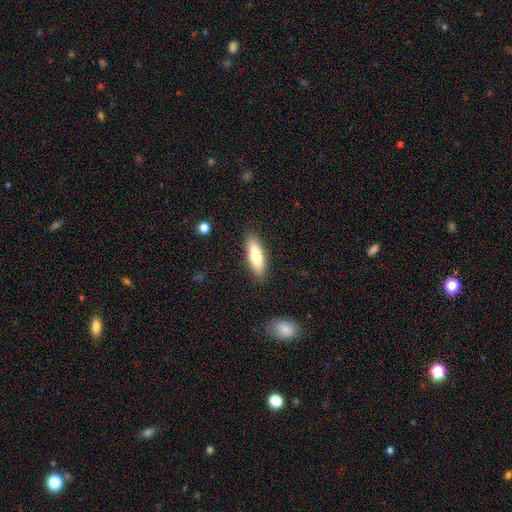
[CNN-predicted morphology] Smooth or featured? Predicted: smooth (p=0.74). How rounded? Predicted: in between (p=0.51). Merging? Predicted: none (p=0.88).